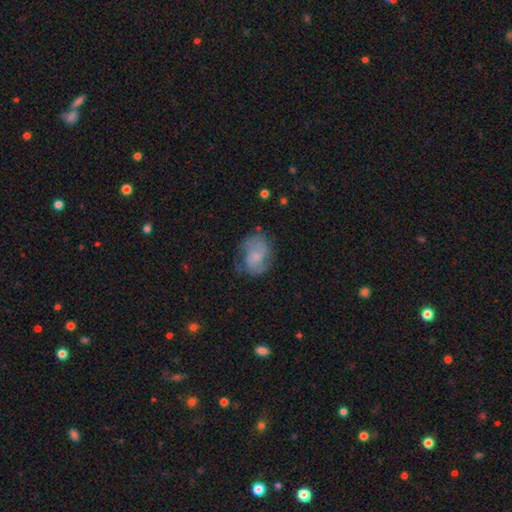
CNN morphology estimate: smooth-or-featured: featured or disk: 51% | smooth: 41% | star or artifact: 9%
  disk-edge-on: no: 97% | yes: 3%
  merging: none: 58% | minor disturbance: 25% | major disturbance: 15% | merger: 2%